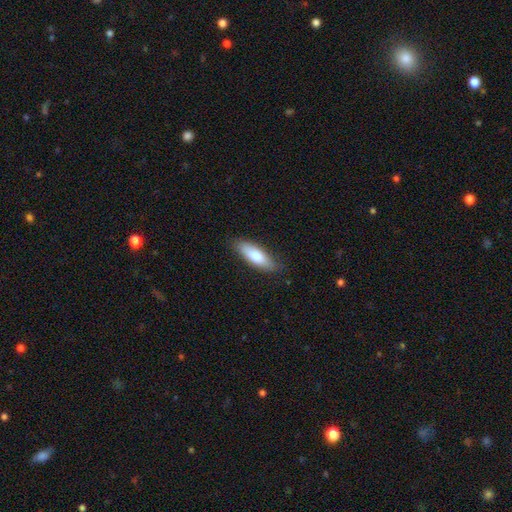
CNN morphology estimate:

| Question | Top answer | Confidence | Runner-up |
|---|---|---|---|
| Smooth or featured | smooth | 79% | featured or disk (16%) |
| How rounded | in between | 58% | cigar-shaped (40%) |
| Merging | none | 81% | minor disturbance (15%) |